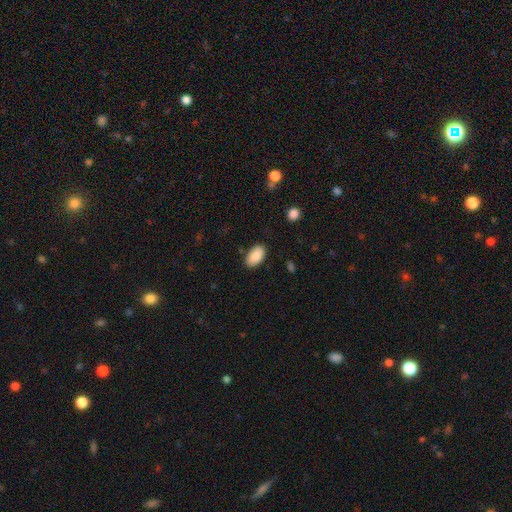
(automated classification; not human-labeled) Q: Smooth or featured?
A: smooth (89%); runner-up: star or artifact (7%)
Q: How rounded?
A: in between (94%); runner-up: round (4%)
Q: Merging?
A: none (85%); runner-up: minor disturbance (11%)